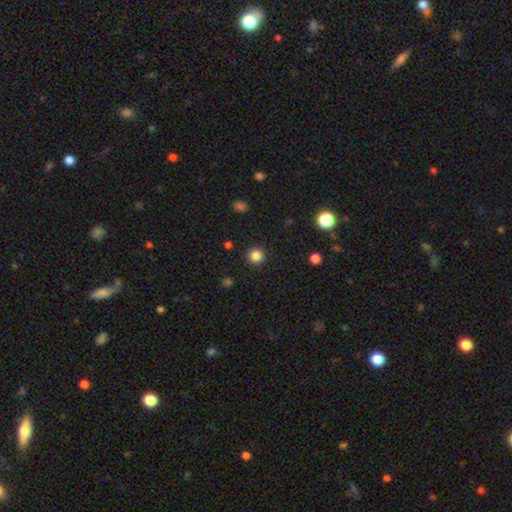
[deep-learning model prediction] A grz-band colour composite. It shows a smooth galaxy with no disk features (84%) that is round (95%). Merging: none (92%).